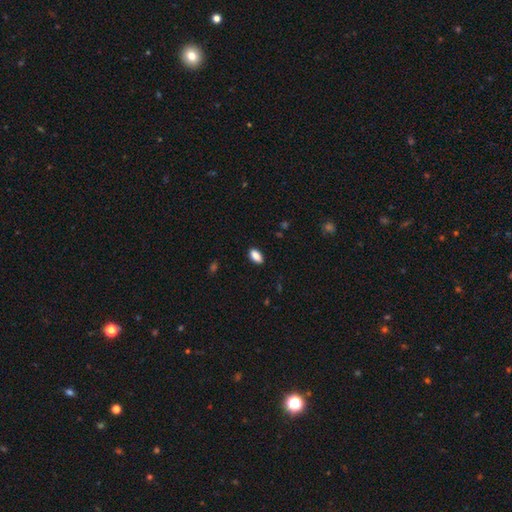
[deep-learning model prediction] smooth 88%, star or artifact 8%, featured or disk 4%. Down the decision tree: how rounded — in between (91%); merging — none (87%).